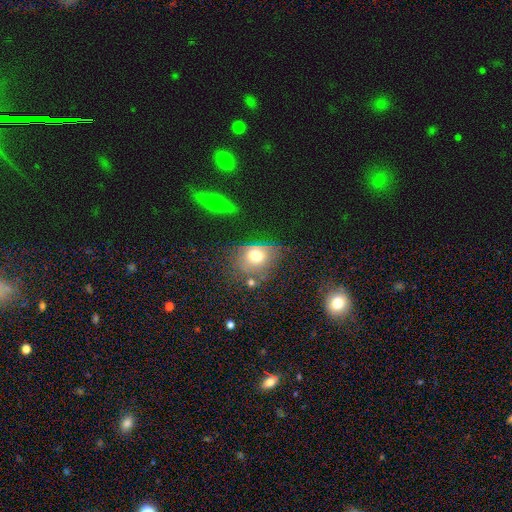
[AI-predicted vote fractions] smooth-or-featured: smooth: 65% | featured or disk: 21% | star or artifact: 13%
  how-rounded: in between: 49% (tied) | round: 49% (tied) | cigar-shaped: 2%
  merging: none: 53% | minor disturbance: 24% | major disturbance: 14% | merger: 9%